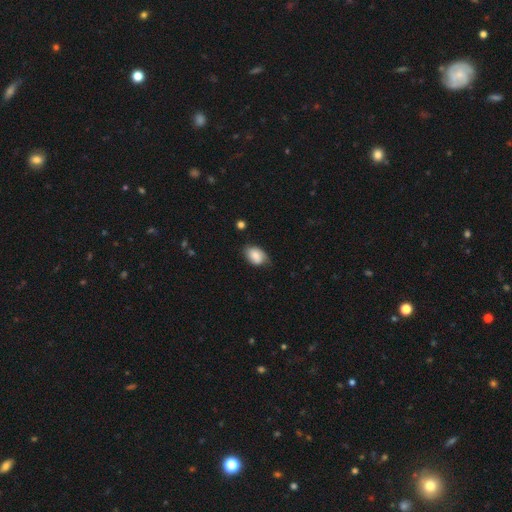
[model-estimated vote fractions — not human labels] The model was most divided on "merging": none: 62%, minor disturbance: 30%, major disturbance: 6%, merger: 2%. More confident: how rounded — in between (82%); smooth or featured — smooth (77%).